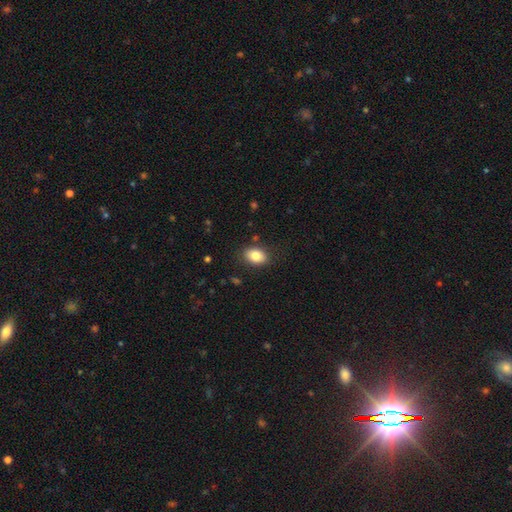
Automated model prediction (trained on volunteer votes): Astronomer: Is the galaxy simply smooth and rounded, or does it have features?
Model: smooth — 84%.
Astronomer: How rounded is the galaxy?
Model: in between — 79%.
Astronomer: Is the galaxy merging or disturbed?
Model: none — 85%.